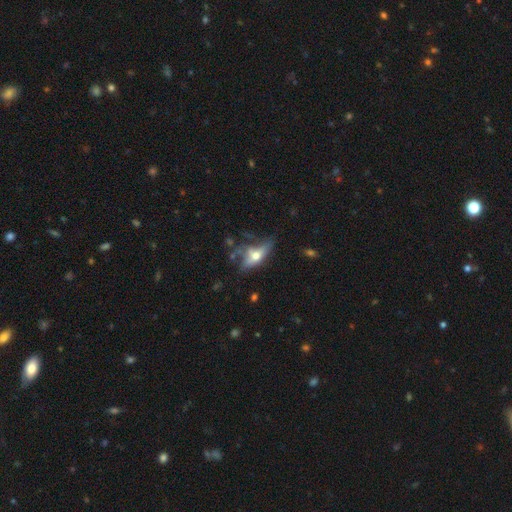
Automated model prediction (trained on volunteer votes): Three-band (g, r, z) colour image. It shows a featured or disk galaxy (46%). Merging: none (38%).